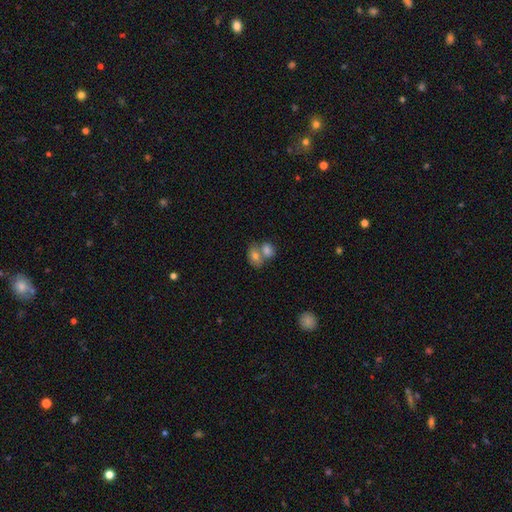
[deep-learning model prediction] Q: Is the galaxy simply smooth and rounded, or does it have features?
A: smooth — 76%.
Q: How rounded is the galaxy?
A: in between — 69%.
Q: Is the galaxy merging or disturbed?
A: merger — 62%.